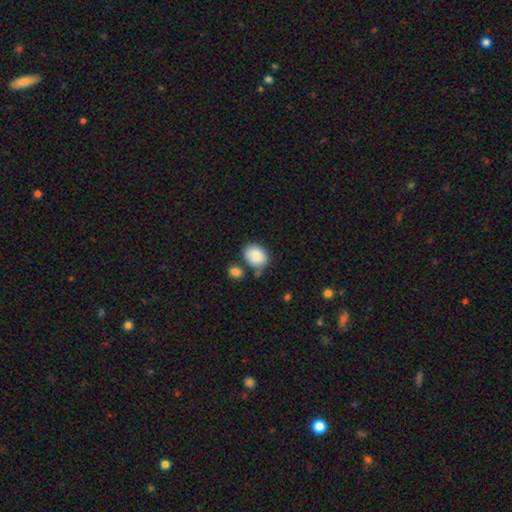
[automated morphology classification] Q: Smooth or featured?
A: smooth (86%); runner-up: featured or disk (7%)
Q: How rounded?
A: in between (61%); runner-up: round (38%)
Q: Merging?
A: none (55%); runner-up: minor disturbance (22%)